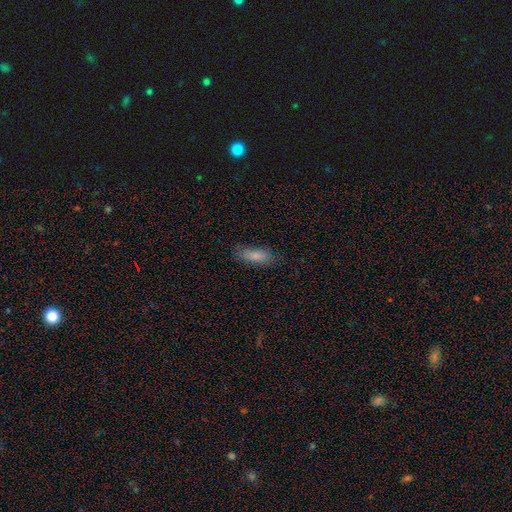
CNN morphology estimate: A smooth galaxy with no disk features (84%) that is in between round and cigar-shaped (68%). Merging: none (78%).